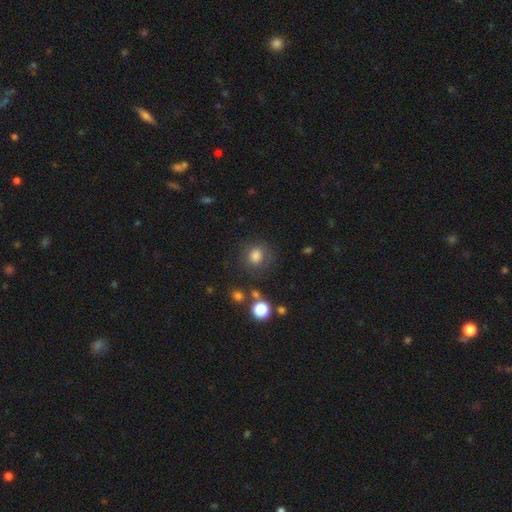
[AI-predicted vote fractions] A smooth galaxy with no disk features (79%) that is round (81%). Merging: none (75%).